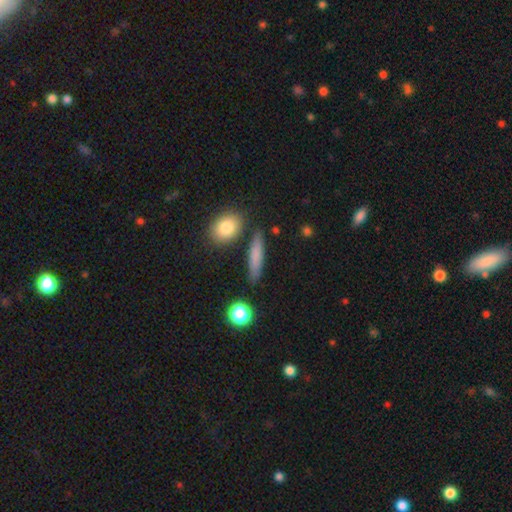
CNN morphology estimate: smooth 77%, featured or disk 15%, star or artifact 8%. Down the decision tree: how rounded — cigar-shaped (75%); merging — none (84%).